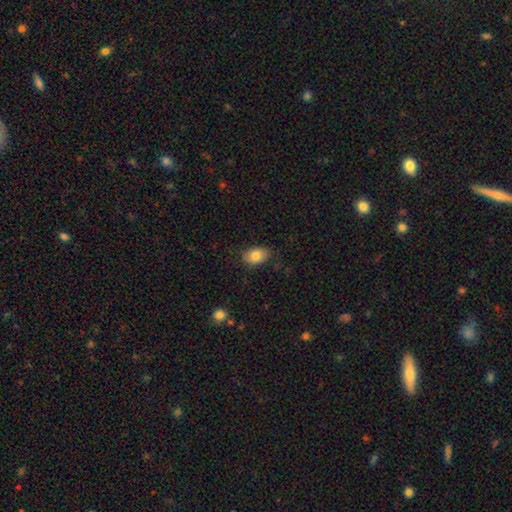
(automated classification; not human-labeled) Smooth or featured? smooth (81%)
How rounded? in between (81%)
Merging? none (81%)